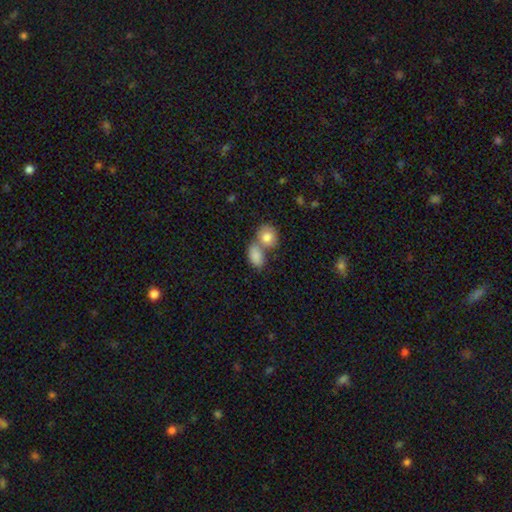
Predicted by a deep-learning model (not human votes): This appears to be a smooth galaxy with no disk features (83%) that is in between round and cigar-shaped (83%). Merging: merger (59%).